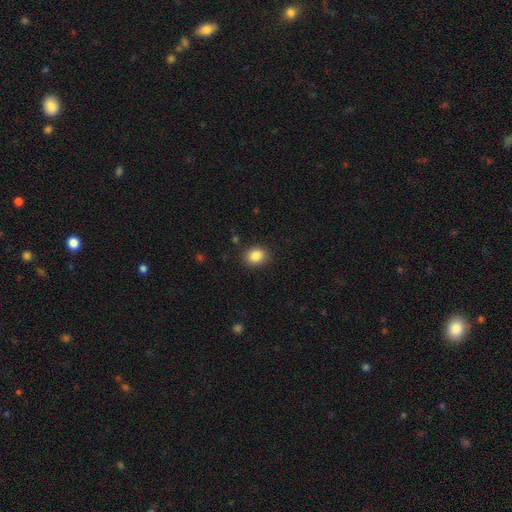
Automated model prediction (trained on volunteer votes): Smooth or featured: smooth — 86% (star or artifact — 9%)
How rounded: round — 58% (in between — 42%)
Merging: none — 88% (minor disturbance — 8%)